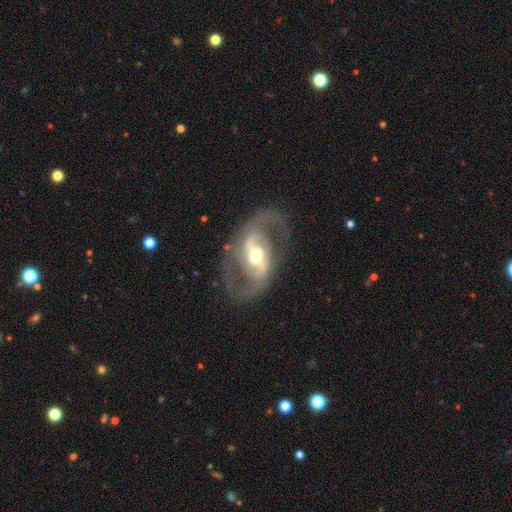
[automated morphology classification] This appears to be a featured or disk galaxy (86%) with a strong bar (45%), 2 (90%) medium (53%) spiral arms (87%) and a moderate central bulge (69%). Merging: none (74%).